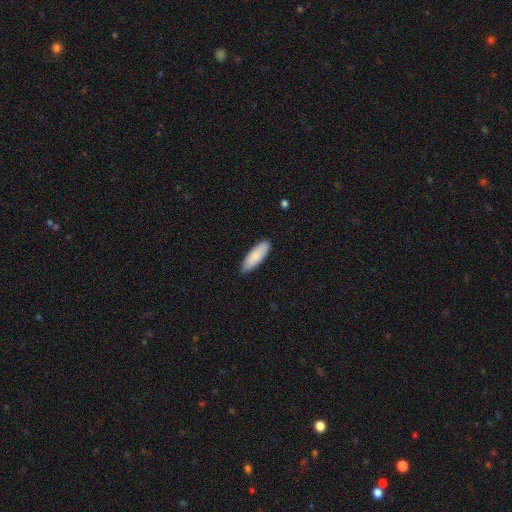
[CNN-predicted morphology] Smooth or featured: smooth — 84% (featured or disk — 10%)
How rounded: in between — 63% (cigar-shaped — 36%)
Merging: none — 82% (minor disturbance — 15%)